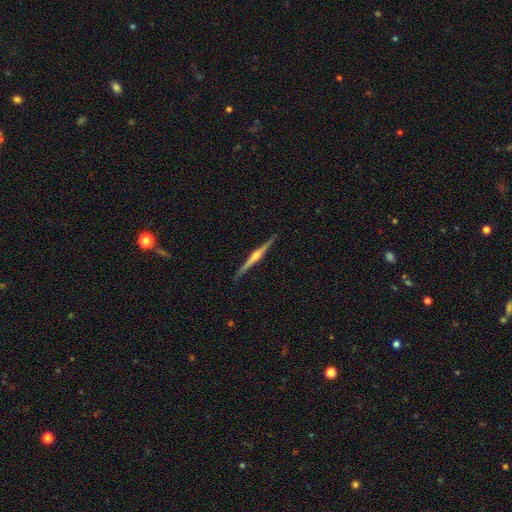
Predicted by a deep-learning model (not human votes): Overall: featured or disk (84%). Edge-on disk: yes (99%). Edge-on bulge: rounded (87%). Merging: none (92%).